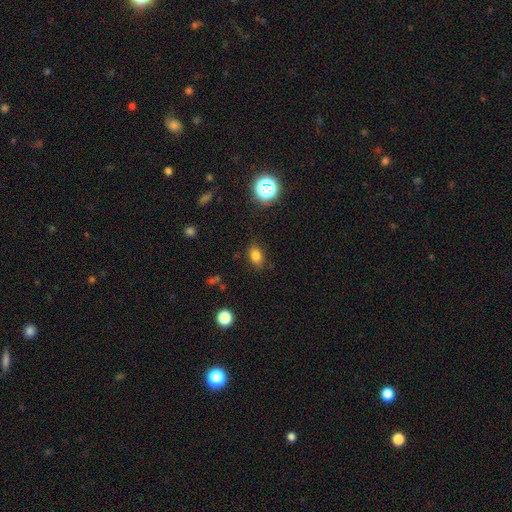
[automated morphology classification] Overall: smooth (79%). How rounded: in between (81%). Merging: none (83%).